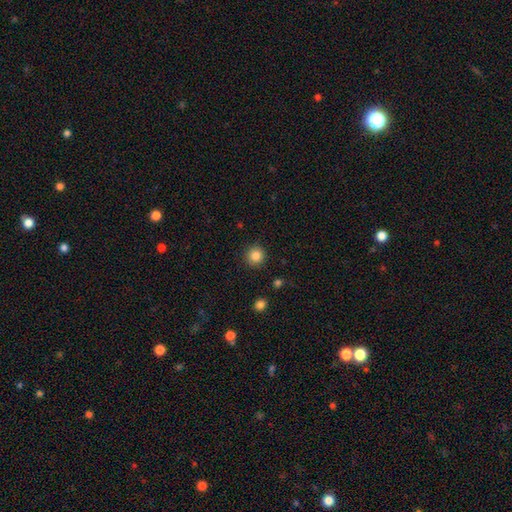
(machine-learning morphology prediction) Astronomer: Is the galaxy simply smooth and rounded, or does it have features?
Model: smooth — 85%.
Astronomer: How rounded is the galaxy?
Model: round — 94%.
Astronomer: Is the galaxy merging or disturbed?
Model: none — 91%.